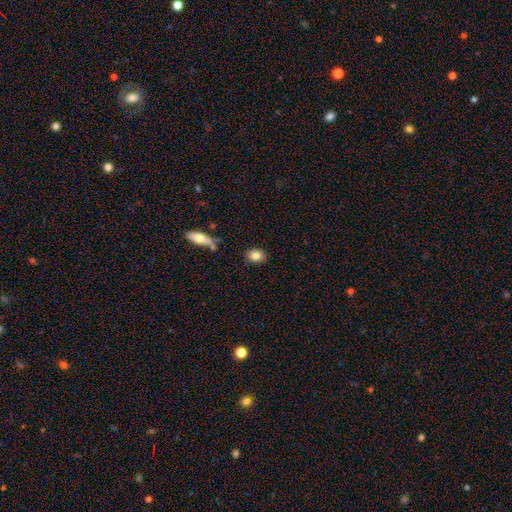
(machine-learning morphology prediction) A smooth galaxy with no disk features (82%) that is in between round and cigar-shaped (62%).

Vote fractions:
- Smooth or featured? smooth: 82% / featured or disk: 10% / star or artifact: 8%
- How rounded? in between: 62% / round: 37% / cigar-shaped: 2%
- Merging? none: 84% / minor disturbance: 10% / merger: 3% / major disturbance: 2%